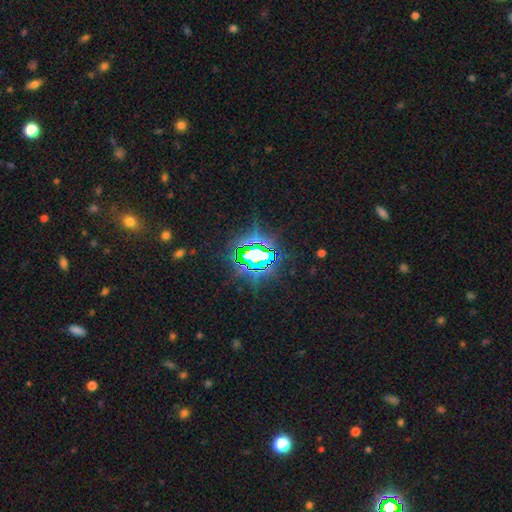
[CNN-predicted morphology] Smooth or featured: star or artifact — 79% (featured or disk — 11%)